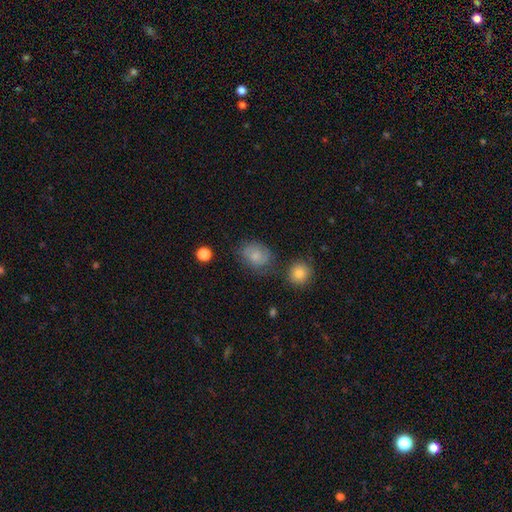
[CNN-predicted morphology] Smooth or featured: smooth — 68% (featured or disk — 21%)
How rounded: round — 54% (in between — 45%)
Merging: none — 59% (minor disturbance — 24%)